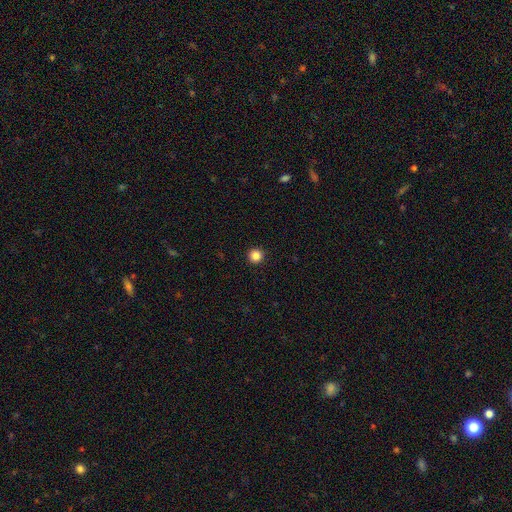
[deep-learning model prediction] A smooth galaxy with no disk features (86%) that is round (96%).

Vote fractions:
- Smooth or featured? smooth: 86% / star or artifact: 11% / featured or disk: 3%
- How rounded? round: 96% / in between: 3% / cigar-shaped: 1%
- Merging? none: 94% / minor disturbance: 4% / major disturbance: 1% / merger: 1%